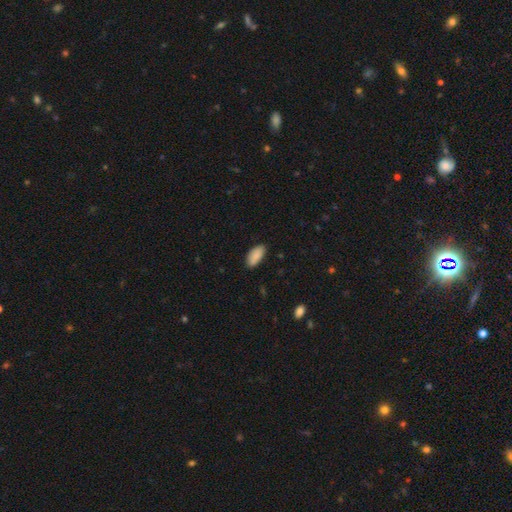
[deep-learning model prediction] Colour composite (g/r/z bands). It shows a smooth galaxy with no disk features (89%) that is in between round and cigar-shaped (91%). Merging: none (84%).